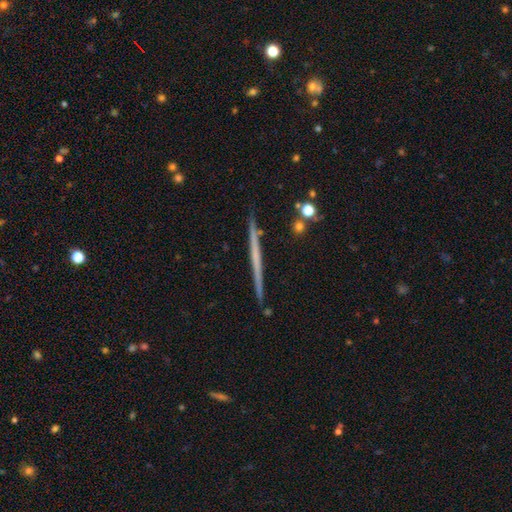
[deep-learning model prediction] A featured or disk galaxy (61%) viewed edge-on (98%) with no central bulge (89%). Merging: none (91%).